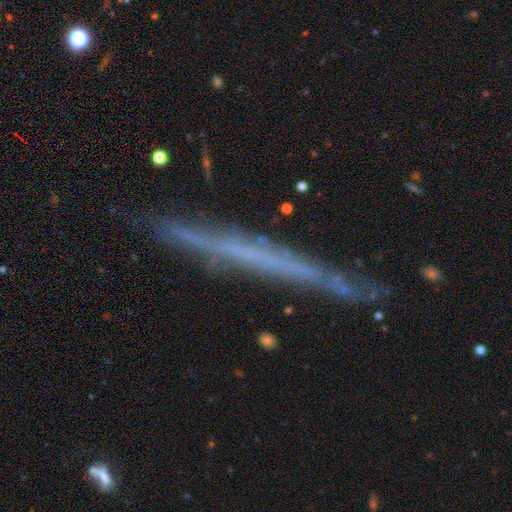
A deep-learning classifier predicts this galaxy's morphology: This appears to be a featured or disk galaxy (61%) viewed edge-on (95%) with no central bulge (91%). Merging: none (85%).